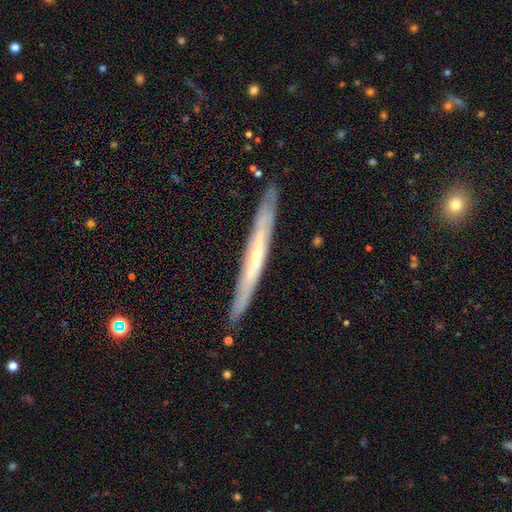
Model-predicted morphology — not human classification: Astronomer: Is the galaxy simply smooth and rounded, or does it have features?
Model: featured or disk — 73%.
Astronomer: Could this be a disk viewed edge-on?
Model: yes — 89%.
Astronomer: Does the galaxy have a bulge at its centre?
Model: none — 51% (runner-up: rounded, 46%).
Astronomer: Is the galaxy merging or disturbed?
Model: none — 89%.